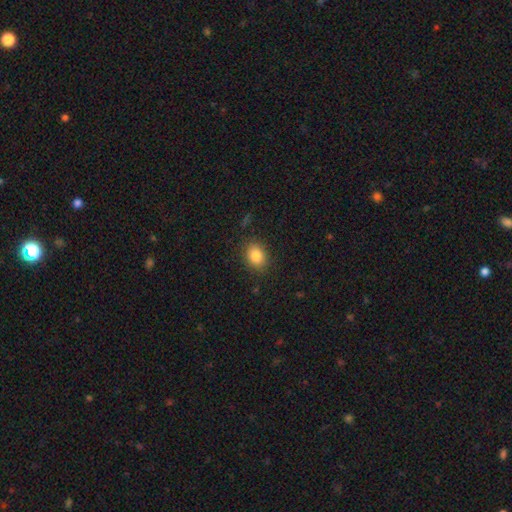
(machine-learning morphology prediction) type=smooth (85%); roundness=in between (59%); merging=none (86%).